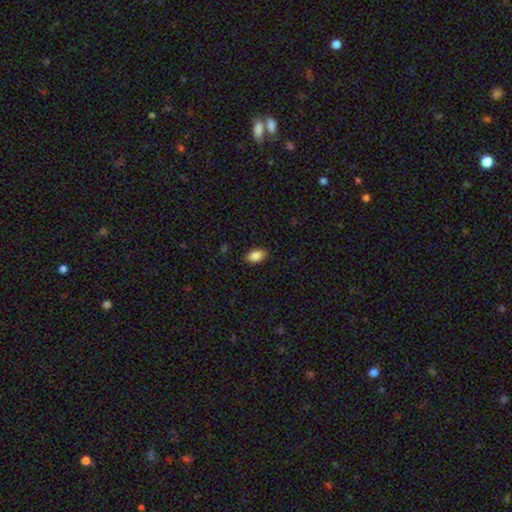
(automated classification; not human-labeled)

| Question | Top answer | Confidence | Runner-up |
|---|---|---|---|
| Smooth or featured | smooth | 87% | star or artifact (8%) |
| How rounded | in between | 92% | round (6%) |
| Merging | none | 88% | minor disturbance (9%) |